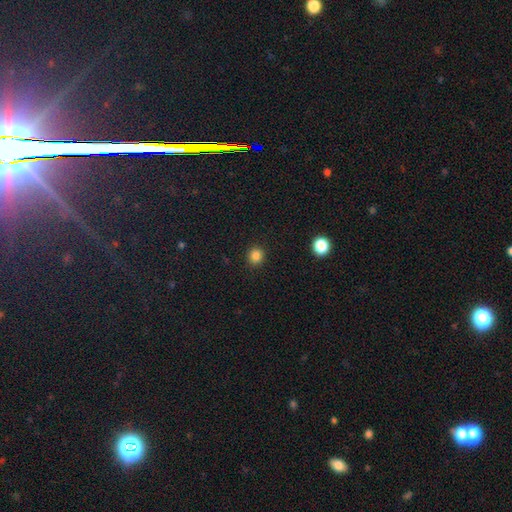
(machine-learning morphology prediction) smooth-or-featured: smooth: 84% | star or artifact: 12% | featured or disk: 3%
  how-rounded: round: 89% | in between: 10% | cigar-shaped: 1%
  merging: none: 91% | minor disturbance: 6% | major disturbance: 2% | merger: 1%